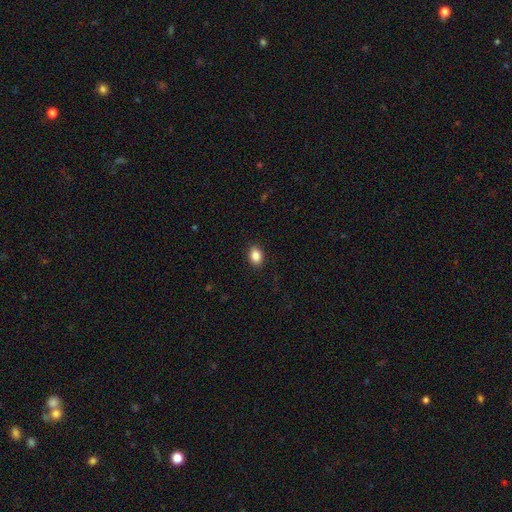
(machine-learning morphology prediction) The model was most divided on "how rounded": in between: 72%, round: 27%, cigar-shaped: 1%. More confident: merging — none (89%); smooth or featured — smooth (87%).